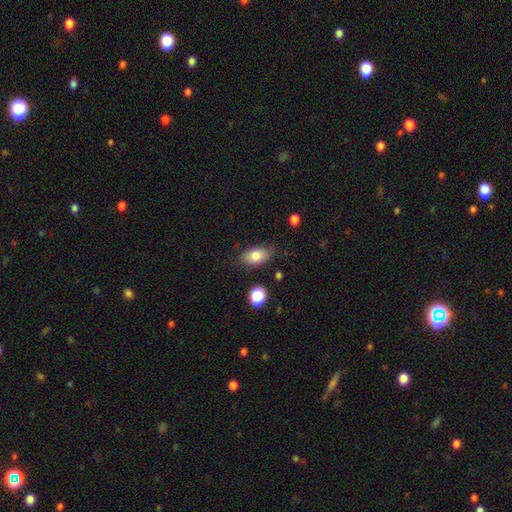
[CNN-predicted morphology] This appears to be a smooth galaxy with no disk features (81%) that is in between round and cigar-shaped (90%). Merging: none (80%).